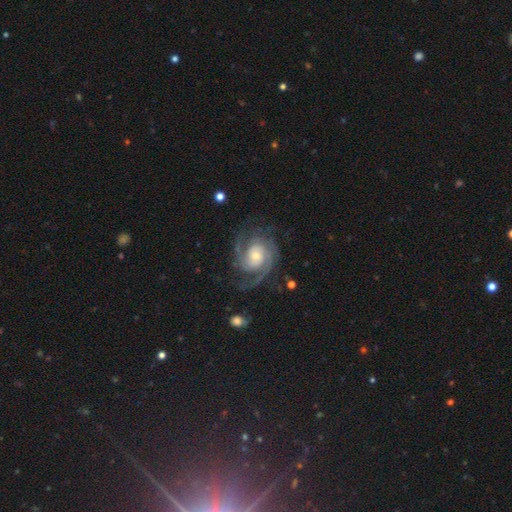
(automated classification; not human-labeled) Morphology: type=featured or disk (90%); edge-on=no (98%); bar=no (67%); spiral arms=yes (98%); winding=tight (52%); arm count=2 (45%); bulge=small (47%); merging=none (71%).